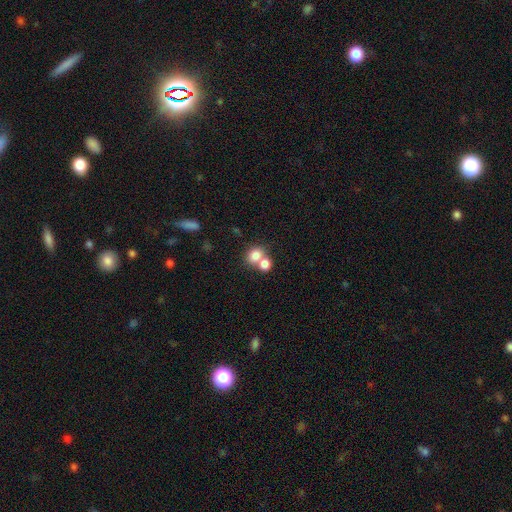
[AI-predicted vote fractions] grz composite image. It shows a smooth galaxy with no disk features (79%) that is round (60%). Merging: merger (55%).